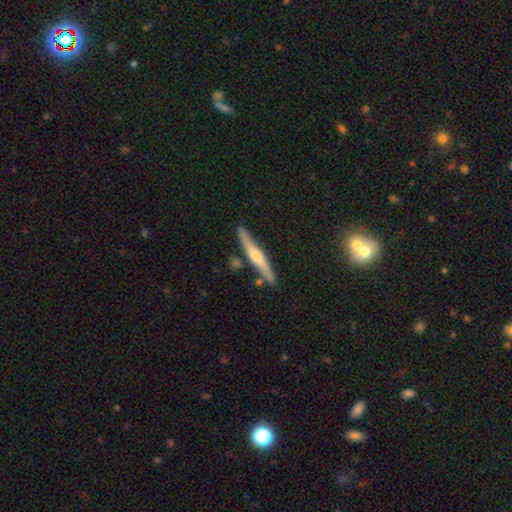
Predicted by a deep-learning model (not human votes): The model was most divided on "smooth or featured": featured or disk: 70%, smooth: 24%, star or artifact: 6%. More confident: edge-on disk — yes (96%); merging — none (85%); edge-on bulge — rounded (81%).